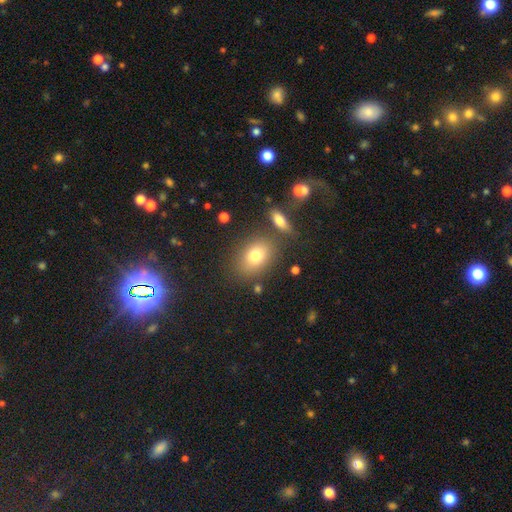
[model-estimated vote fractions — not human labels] A smooth galaxy with no disk features (77%) that is in between round and cigar-shaped (71%).

Vote fractions:
- Smooth or featured? smooth: 77% / featured or disk: 12% / star or artifact: 11%
- How rounded? in between: 71% / round: 27% / cigar-shaped: 2%
- Merging? none: 76% / minor disturbance: 11% / merger: 8% / major disturbance: 5%